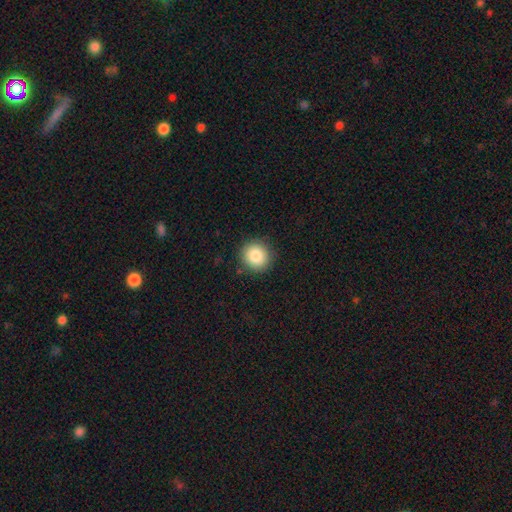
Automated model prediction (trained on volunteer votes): Overall: smooth (84%). How rounded: round (89%). Merging: none (89%).